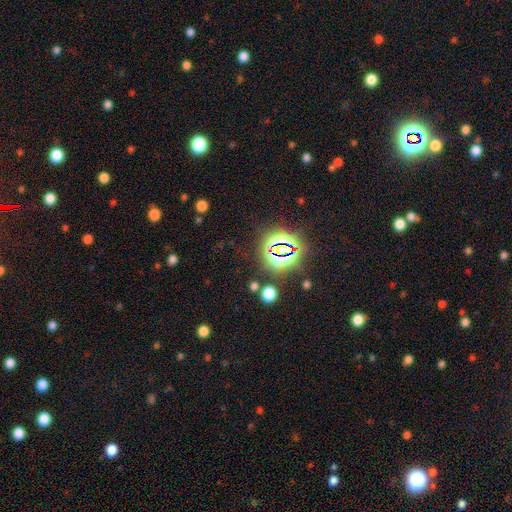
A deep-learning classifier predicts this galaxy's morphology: smooth_or_featured: star or artifact (p=0.82) [alt: smooth p=0.11]